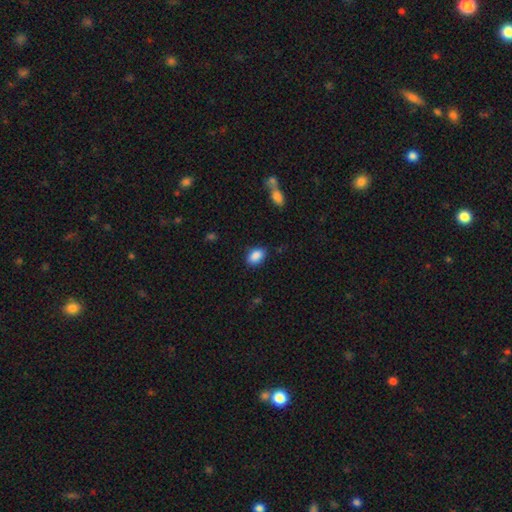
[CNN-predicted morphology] The model was most divided on "merging": none: 83%, minor disturbance: 13%, major disturbance: 3%, merger: 2%. More confident: smooth or featured — smooth (89%); how rounded — in between (88%).